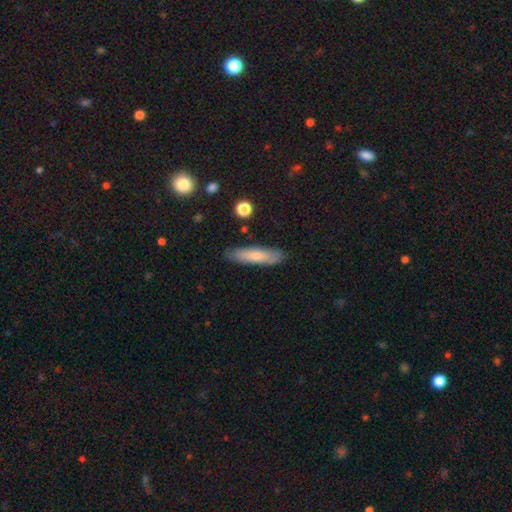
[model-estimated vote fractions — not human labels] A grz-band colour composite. It shows a smooth galaxy with no disk features (70%) that is cigar-shaped (71%). Merging: none (83%).